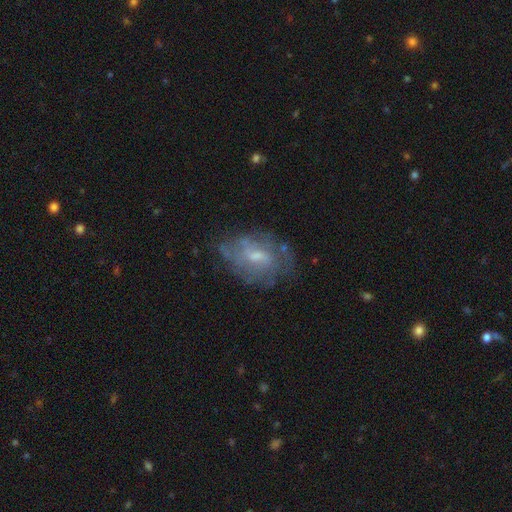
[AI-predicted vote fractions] Smooth or featured?
  - featured or disk: 62% *
  - smooth: 28%
  - star or artifact: 10%
Edge-on disk?
  - no: 95% *
  - yes: 5%
Bar?
  - weak: 47% *
  - no: 45%
  - strong: 8%
Spiral arms?
  - yes: 57% *
  - no: 43%
Bulge size?
  - small: 48% *
  - moderate: 41%
  - none: 8%
  - large: 2%
  - dominant: 1%
Merging?
  - none: 59% *
  - minor disturbance: 25%
  - major disturbance: 14%
  - merger: 2%